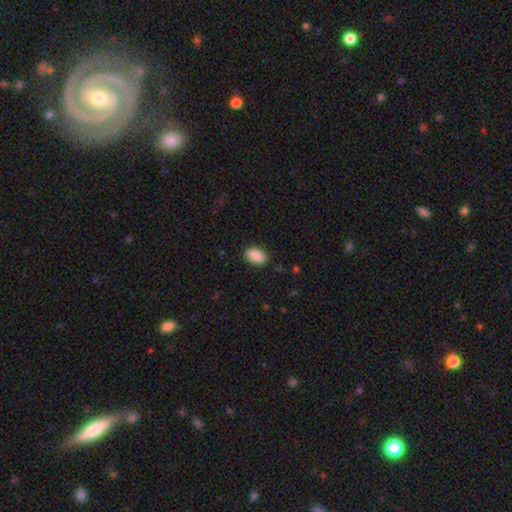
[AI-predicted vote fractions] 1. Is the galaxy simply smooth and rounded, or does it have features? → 89% smooth, 7% star or artifact, 4% featured or disk.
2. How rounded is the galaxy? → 89% in between, 10% round, 1% cigar-shaped.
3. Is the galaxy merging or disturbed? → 88% none, 9% minor disturbance, 2% major disturbance, 1% merger.